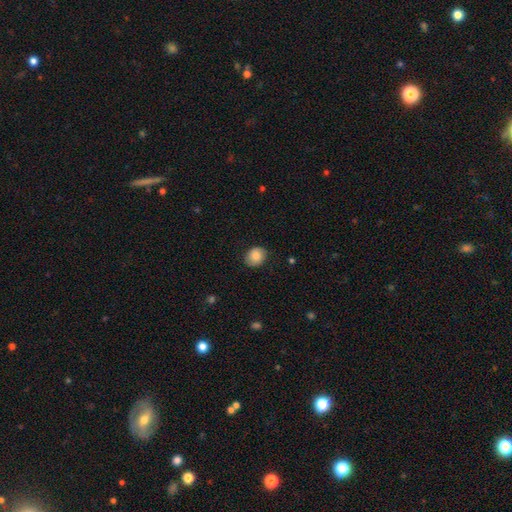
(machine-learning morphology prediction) type=smooth (85%); roundness=round (57%); merging=none (81%).